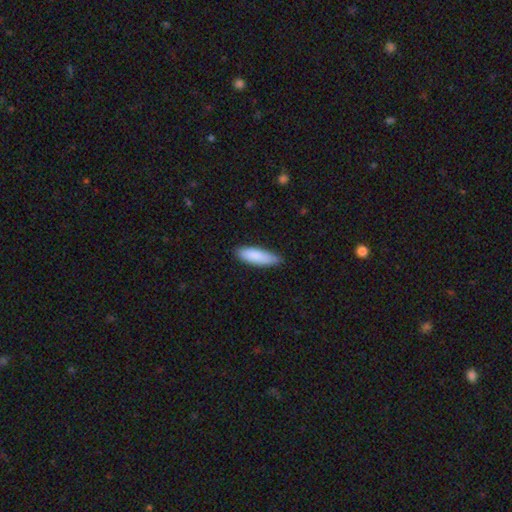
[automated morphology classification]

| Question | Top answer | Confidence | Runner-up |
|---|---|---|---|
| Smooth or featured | smooth | 87% | featured or disk (8%) |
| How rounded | cigar-shaped | 55% | in between (43%) |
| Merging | none | 78% | minor disturbance (18%) |